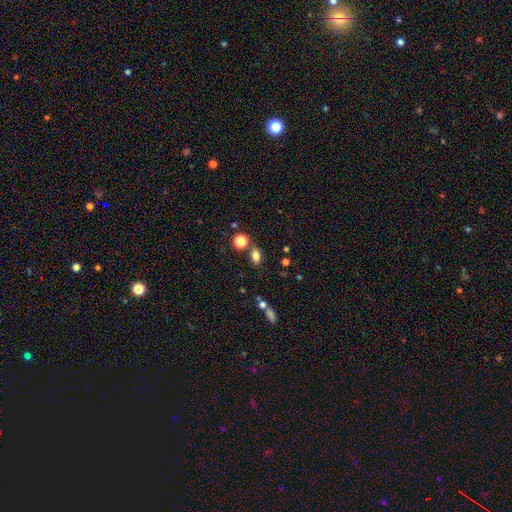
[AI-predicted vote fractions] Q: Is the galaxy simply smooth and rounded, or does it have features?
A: smooth — 80%.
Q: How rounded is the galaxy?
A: in between — 78%.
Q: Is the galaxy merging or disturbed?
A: none — 73%.